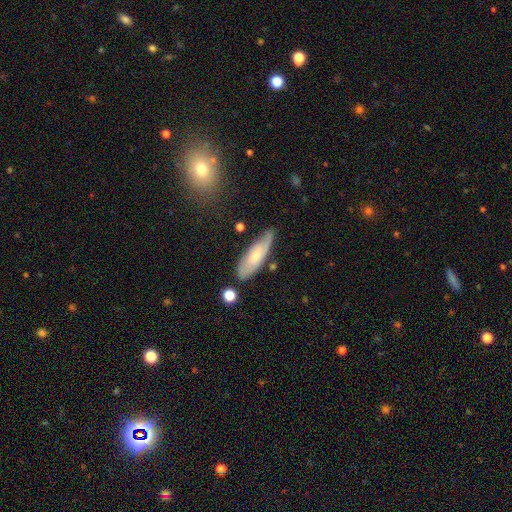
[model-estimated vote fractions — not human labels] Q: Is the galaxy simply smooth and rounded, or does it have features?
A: smooth — 53%.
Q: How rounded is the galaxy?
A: in between — 54%.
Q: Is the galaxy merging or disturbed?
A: none — 61%.